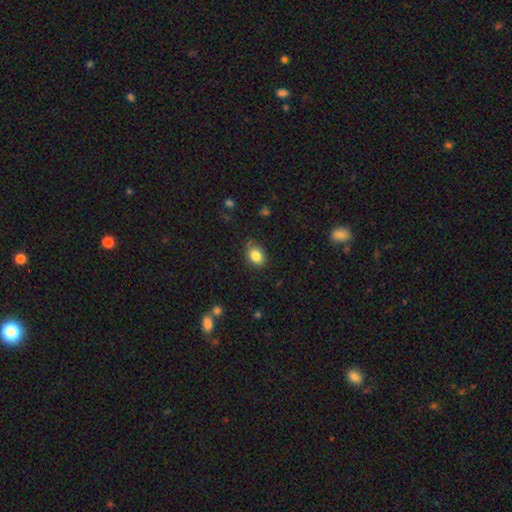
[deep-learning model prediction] A smooth galaxy with no disk features (85%) that is in between round and cigar-shaped (70%). Merging: none (79%).